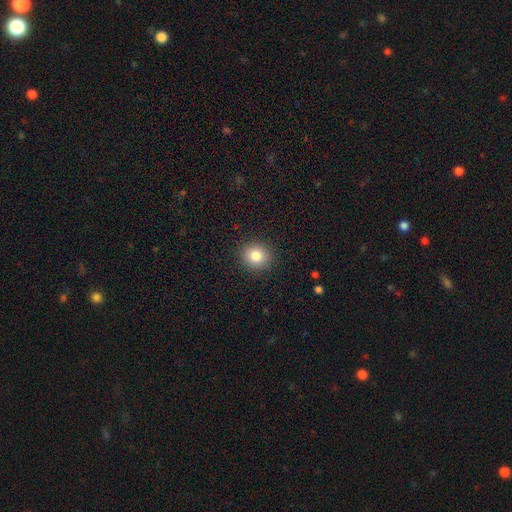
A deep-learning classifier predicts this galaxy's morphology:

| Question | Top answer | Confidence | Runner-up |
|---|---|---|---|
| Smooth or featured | smooth | 82% | star or artifact (10%) |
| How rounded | round | 83% | in between (16%) |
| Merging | none | 91% | minor disturbance (6%) |